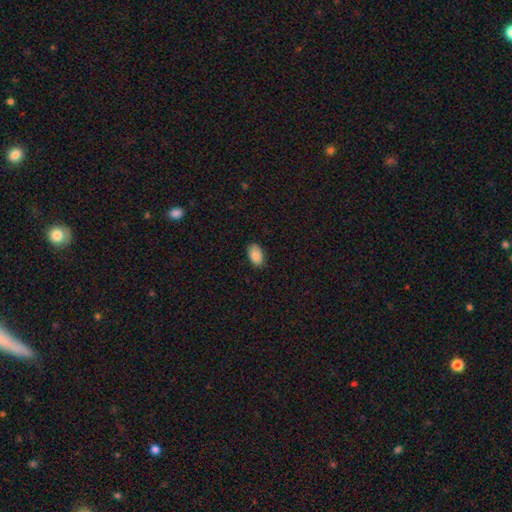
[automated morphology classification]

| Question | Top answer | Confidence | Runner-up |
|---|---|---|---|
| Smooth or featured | smooth | 86% | star or artifact (7%) |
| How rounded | in between | 92% | round (7%) |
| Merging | none | 83% | minor disturbance (14%) |